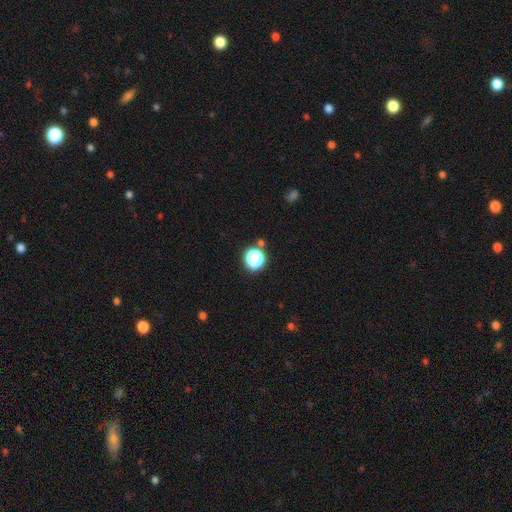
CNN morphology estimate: Overall: star or artifact (59%; smooth 34%).